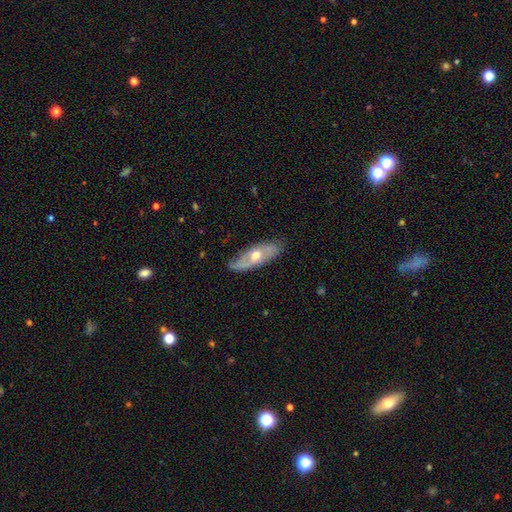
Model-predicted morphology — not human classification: Smooth or featured: featured or disk — 61% (smooth — 33%)
Edge-on disk: no — 67% (yes — 33%)
Merging: none — 80% (minor disturbance — 15%)